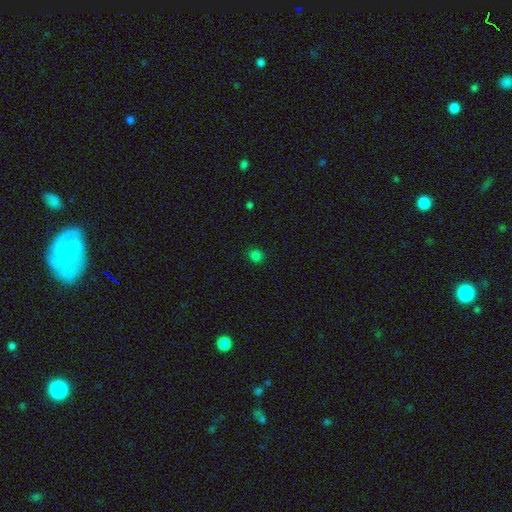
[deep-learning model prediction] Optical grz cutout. It shows a smooth galaxy with no disk features (80%) that is round (88%). Merging: none (90%).